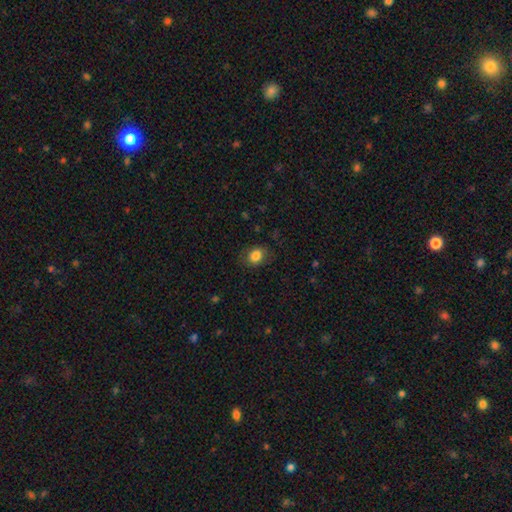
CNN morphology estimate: Smooth or featured?
  - smooth: 84% *
  - star or artifact: 9%
  - featured or disk: 7%
How rounded?
  - in between: 54% *
  - round: 45%
  - cigar-shaped: 1%
Merging?
  - none: 78% *
  - minor disturbance: 15%
  - major disturbance: 5%
  - merger: 1%